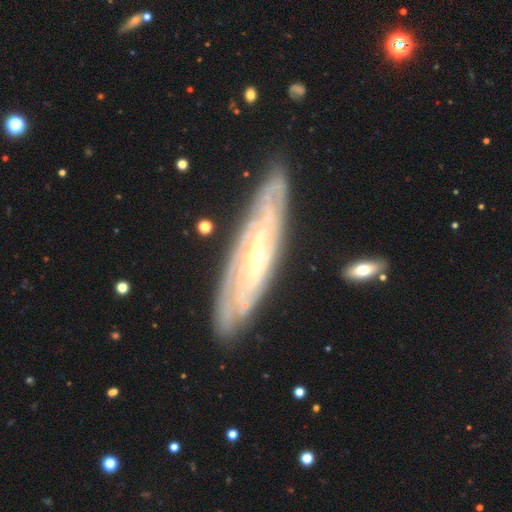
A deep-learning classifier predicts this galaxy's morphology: type=featured or disk (83%); edge-on=no (67%); bar=no (40%); spiral arms=yes (88%); bulge=small (68%); merging=none (82%).